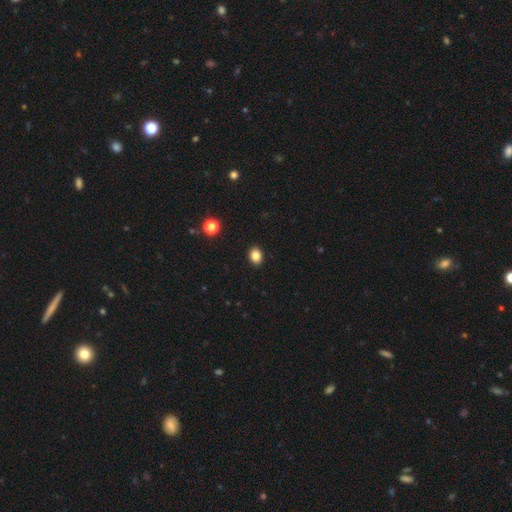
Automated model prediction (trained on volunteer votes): This appears to be a smooth galaxy with no disk features (84%) that is in between round and cigar-shaped (51%). Merging: none (92%).